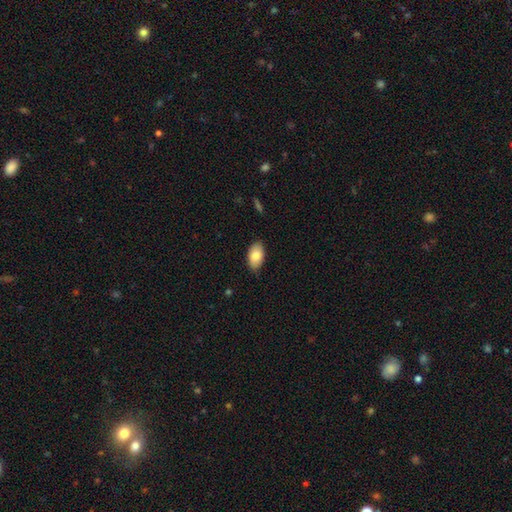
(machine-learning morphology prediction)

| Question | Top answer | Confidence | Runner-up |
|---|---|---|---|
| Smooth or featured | smooth | 85% | featured or disk (9%) |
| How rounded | in between | 94% | round (4%) |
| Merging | none | 84% | minor disturbance (13%) |